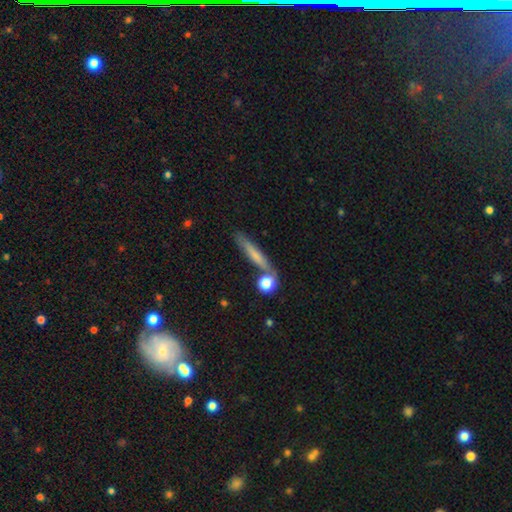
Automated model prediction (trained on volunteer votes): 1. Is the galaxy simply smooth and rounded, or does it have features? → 64% smooth, 28% featured or disk, 8% star or artifact.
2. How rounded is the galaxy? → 87% cigar-shaped, 8% in between, 5% round.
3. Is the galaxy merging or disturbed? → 74% none, 13% minor disturbance, 9% merger, 4% major disturbance.